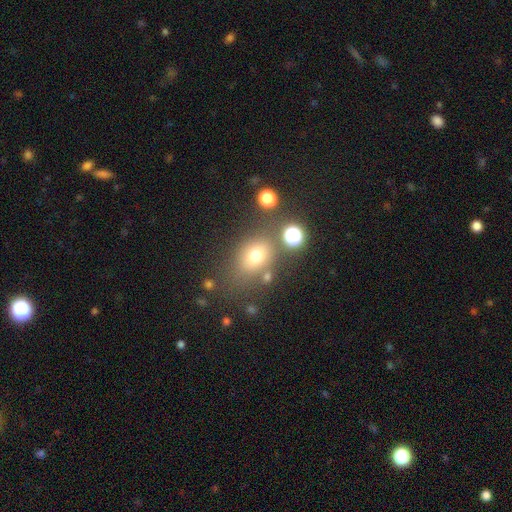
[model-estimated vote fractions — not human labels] Smooth or featured? smooth (69%)
How rounded? in between (56%)
Merging? none (65%)